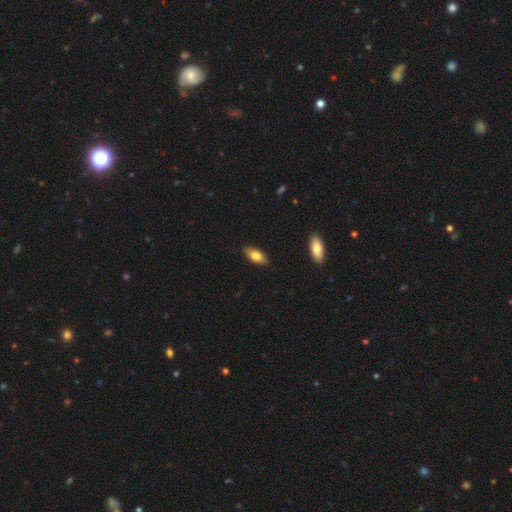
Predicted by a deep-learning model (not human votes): Smooth or featured? smooth (80%)
How rounded? in between (88%)
Merging? none (86%)